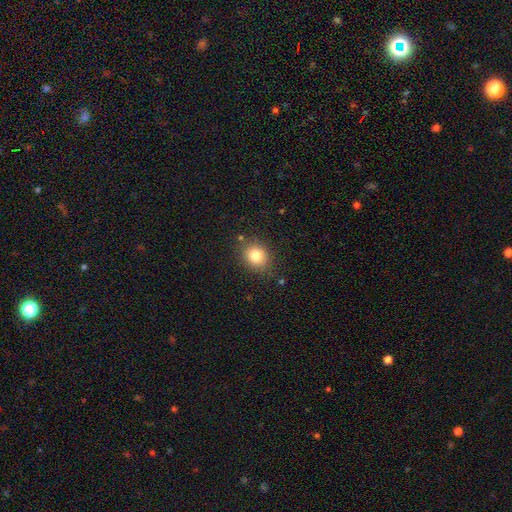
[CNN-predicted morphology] This is clearly a smooth galaxy (80%). How rounded: likely round (70%). Merging: clearly none (83%).